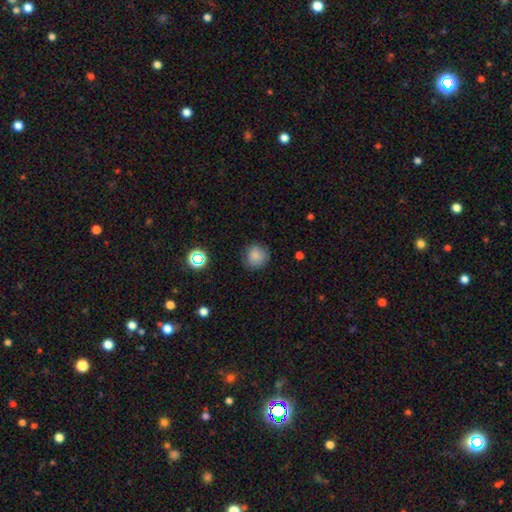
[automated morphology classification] Smooth or featured? smooth (80%)
How rounded? round (89%)
Merging? none (79%)